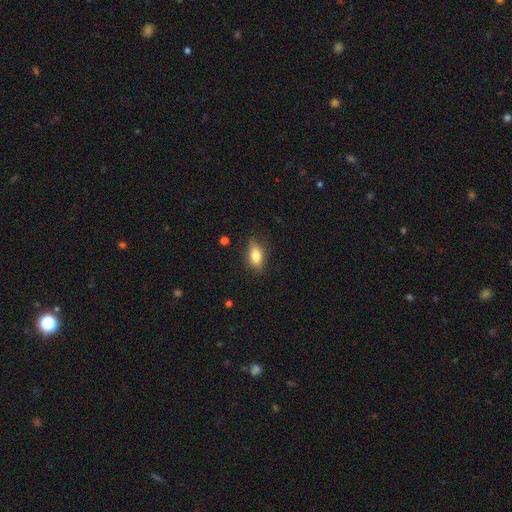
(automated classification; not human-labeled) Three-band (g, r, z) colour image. It shows a smooth galaxy with no disk features (74%) that is in between round and cigar-shaped (82%). Merging: none (77%).